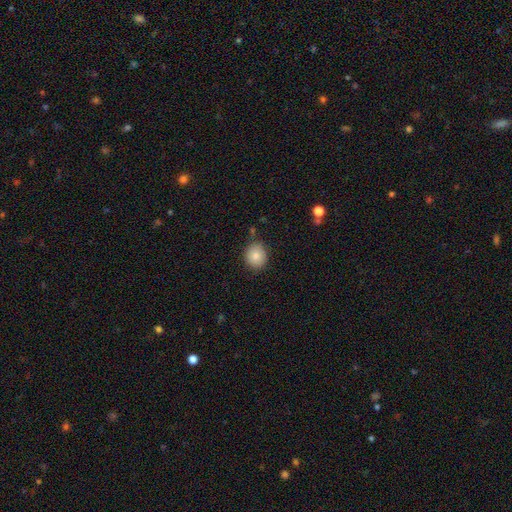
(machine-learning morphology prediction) A smooth galaxy with no disk features (84%) that is round (76%).

Vote fractions:
- Smooth or featured? smooth: 84% / star or artifact: 9% / featured or disk: 7%
- How rounded? round: 76% / in between: 23% / cigar-shaped: 1%
- Merging? none: 82% / minor disturbance: 13% / merger: 3% / major disturbance: 3%